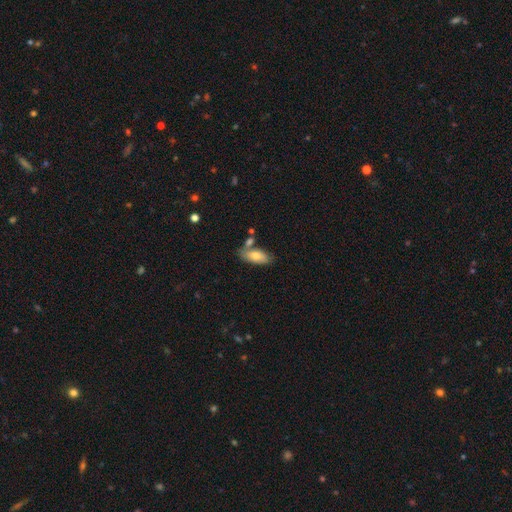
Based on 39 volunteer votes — Morphology: type=smooth (74%); roundness=in between (93%); merging=none (58%).